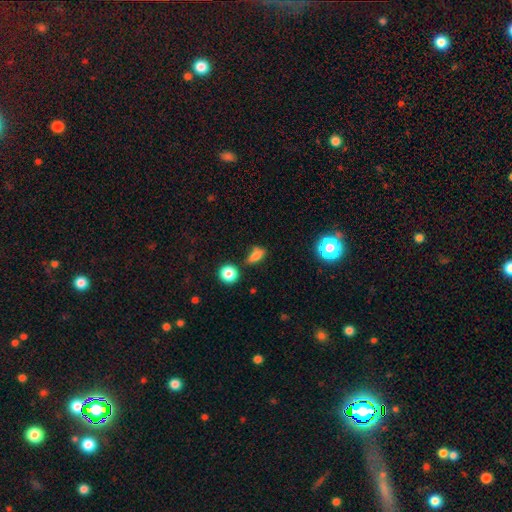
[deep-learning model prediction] Smooth or featured? Predicted: smooth (p=0.76). How rounded? Predicted: in between (p=0.72). Merging? Predicted: none (p=0.61).